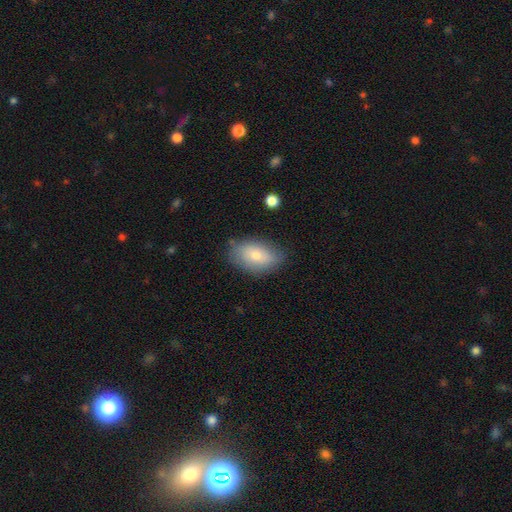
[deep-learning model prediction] Smooth or featured?
  - smooth: 68% *
  - featured or disk: 25%
  - star or artifact: 8%
How rounded?
  - in between: 91% *
  - round: 7%
  - cigar-shaped: 2%
Merging?
  - none: 76% *
  - minor disturbance: 18%
  - major disturbance: 4%
  - merger: 2%